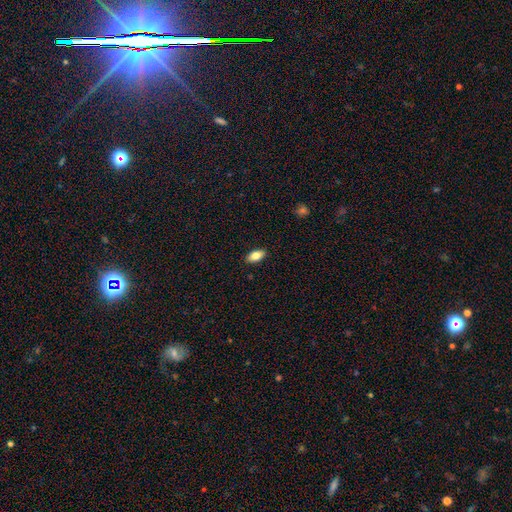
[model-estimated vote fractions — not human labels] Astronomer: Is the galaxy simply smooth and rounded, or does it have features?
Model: smooth — 81%.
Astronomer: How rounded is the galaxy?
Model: in between — 90%.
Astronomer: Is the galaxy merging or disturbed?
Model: none — 89%.